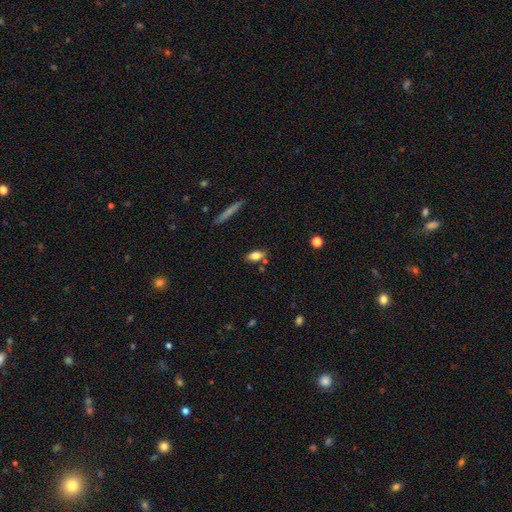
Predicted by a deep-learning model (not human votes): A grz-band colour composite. It shows a smooth galaxy with no disk features (77%) that is in between round and cigar-shaped (80%). Merging: none (74%).